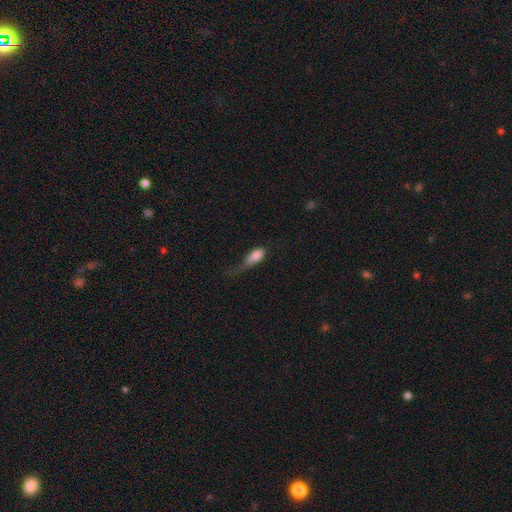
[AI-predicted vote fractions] Smooth or featured? smooth (80%)
How rounded? in between (84%)
Merging? major disturbance (49%)